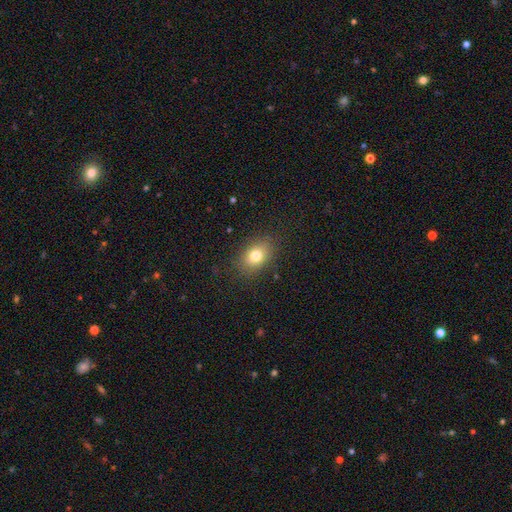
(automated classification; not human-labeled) This appears to be a smooth galaxy with no disk features (78%) that is in between round and cigar-shaped (74%). Merging: none (85%).